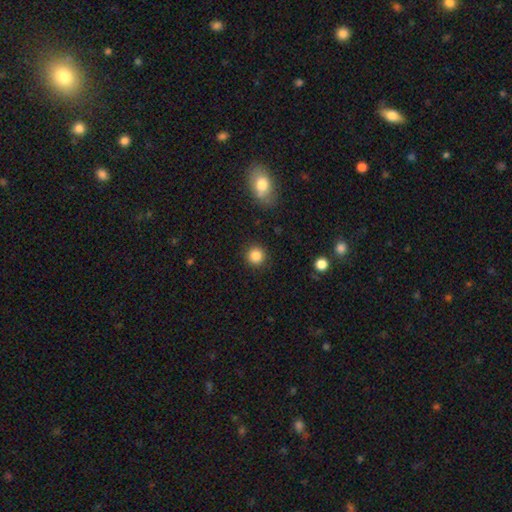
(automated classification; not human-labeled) Q: Smooth or featured?
A: smooth (85%); runner-up: star or artifact (11%)
Q: How rounded?
A: round (93%); runner-up: in between (6%)
Q: Merging?
A: none (90%); runner-up: minor disturbance (6%)